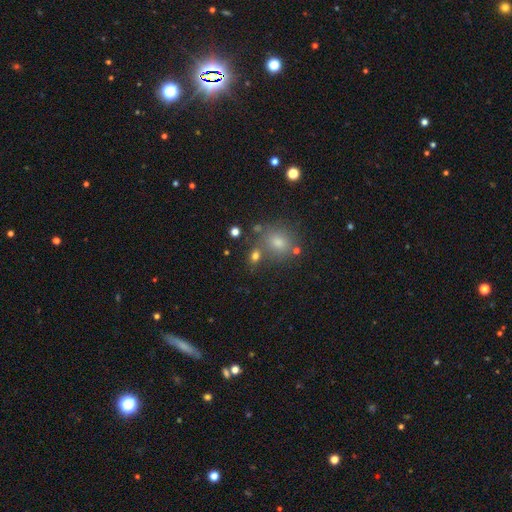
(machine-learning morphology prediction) Smooth or featured?
  - smooth: 69% *
  - star or artifact: 19%
  - featured or disk: 12%
How rounded?
  - round: 56% *
  - in between: 42%
  - cigar-shaped: 2%
Merging?
  - none: 65% *
  - merger: 18%
  - minor disturbance: 12%
  - major disturbance: 5%